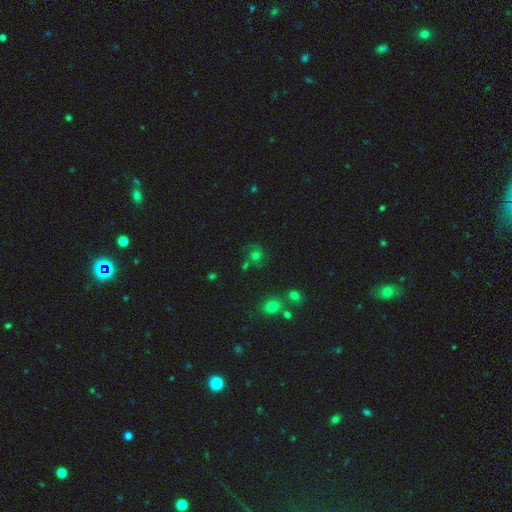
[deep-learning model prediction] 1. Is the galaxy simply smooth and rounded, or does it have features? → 48% smooth, 27% featured or disk, 24% star or artifact.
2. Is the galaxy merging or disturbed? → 65% none, 17% minor disturbance, 10% merger, 9% major disturbance.